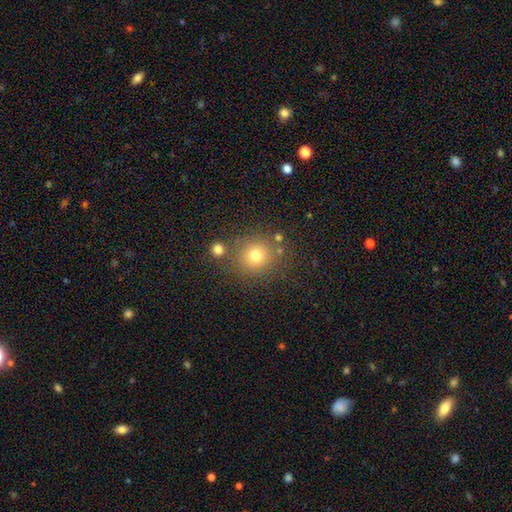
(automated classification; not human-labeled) A smooth galaxy with no disk features (74%) that is round (90%).

Vote fractions:
- Smooth or featured? smooth: 74% / star or artifact: 16% / featured or disk: 10%
- How rounded? round: 90% / in between: 9% / cigar-shaped: 1%
- Merging? none: 77% / minor disturbance: 10% / merger: 8% / major disturbance: 4%